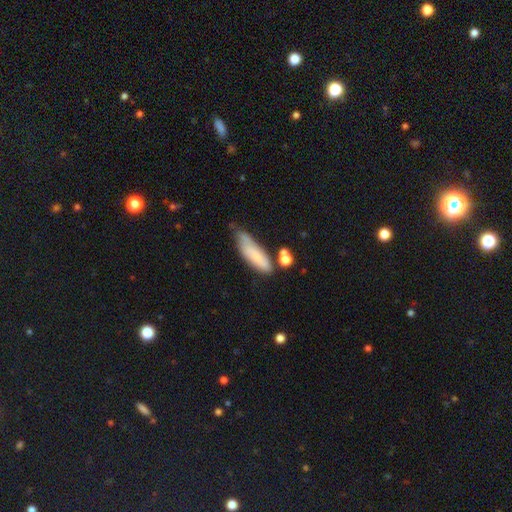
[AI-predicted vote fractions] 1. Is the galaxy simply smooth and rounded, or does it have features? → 72% smooth, 20% featured or disk, 7% star or artifact.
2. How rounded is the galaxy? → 50% cigar-shaped, 48% in between, 2% round.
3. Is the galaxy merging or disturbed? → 43% none, 35% minor disturbance, 11% merger, 11% major disturbance.